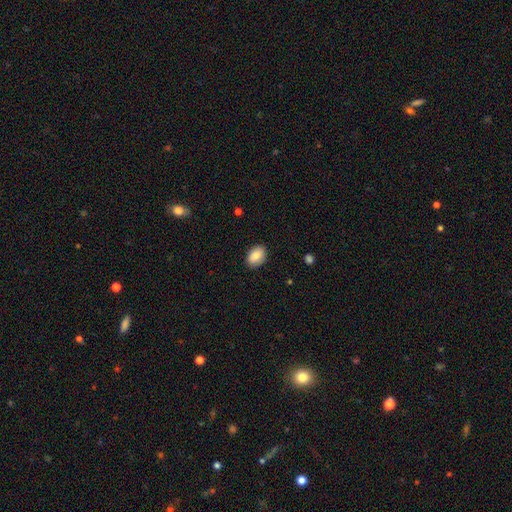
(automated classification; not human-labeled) smooth 88%, star or artifact 7%, featured or disk 5%. Down the decision tree: how rounded — in between (86%); merging — none (87%).